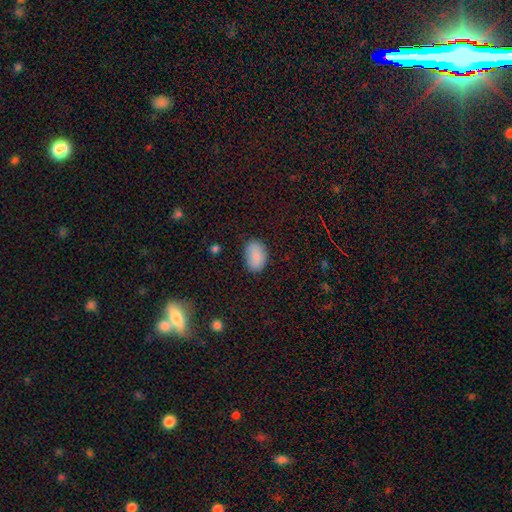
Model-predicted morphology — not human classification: smooth_or_featured: smooth (p=0.87) [alt: star or artifact p=0.07]
how_rounded: in between (p=0.87) [alt: round p=0.12]
merging: none (p=0.81) [alt: minor disturbance p=0.15]